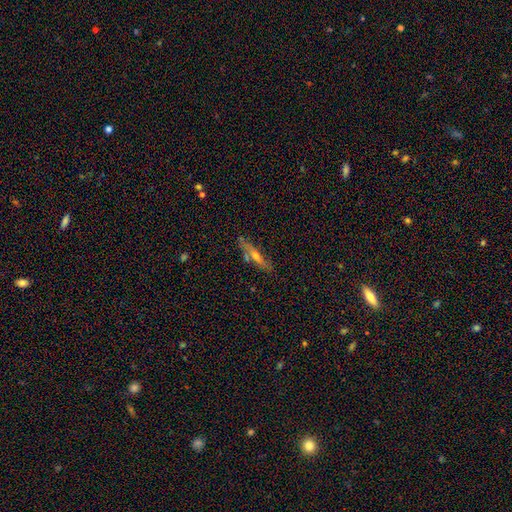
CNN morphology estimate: Smooth or featured?
  - featured or disk: 52% *
  - smooth: 39%
  - star or artifact: 9%
Edge-on disk?
  - yes: 83% *
  - no: 17%
Merging?
  - none: 78% *
  - minor disturbance: 14%
  - merger: 5%
  - major disturbance: 3%